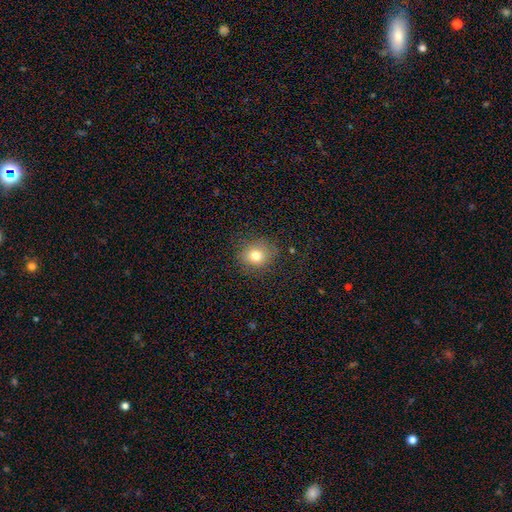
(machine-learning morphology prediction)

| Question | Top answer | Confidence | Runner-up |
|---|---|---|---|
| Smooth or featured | smooth | 78% | star or artifact (14%) |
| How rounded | round | 78% | in between (21%) |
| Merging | none | 85% | minor disturbance (10%) |